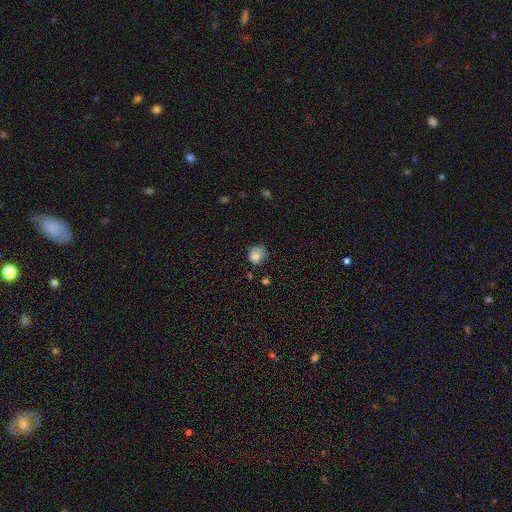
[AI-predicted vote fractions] smooth 82%, star or artifact 10%, featured or disk 7%. Down the decision tree: how rounded — round (76%); merging — none (62%).